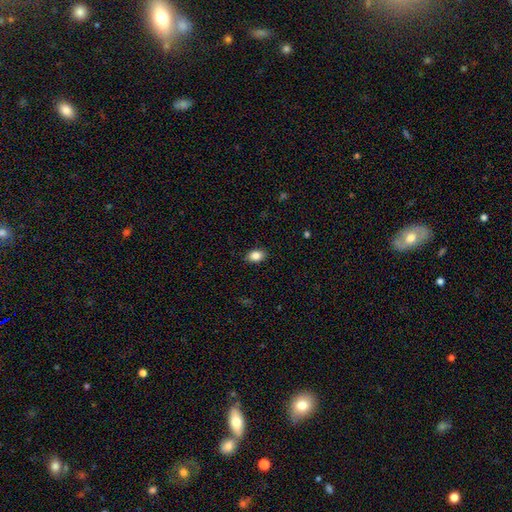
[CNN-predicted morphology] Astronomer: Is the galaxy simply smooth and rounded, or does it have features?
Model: smooth — 86%.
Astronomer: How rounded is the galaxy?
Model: in between — 84%.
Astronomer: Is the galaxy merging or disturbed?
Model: none — 88%.